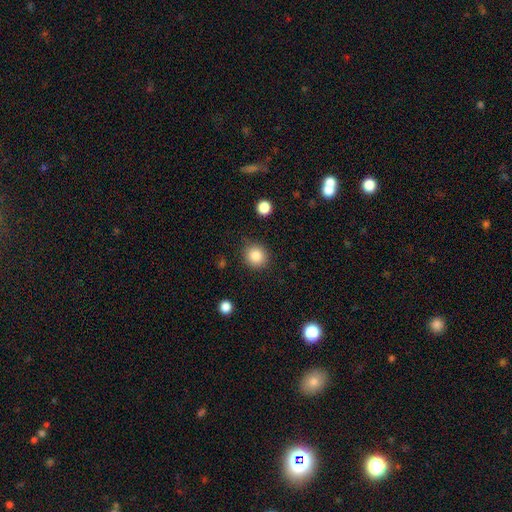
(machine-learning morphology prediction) Smooth or featured: smooth — 85% (star or artifact — 10%)
How rounded: round — 88% (in between — 11%)
Merging: none — 85% (minor disturbance — 10%)